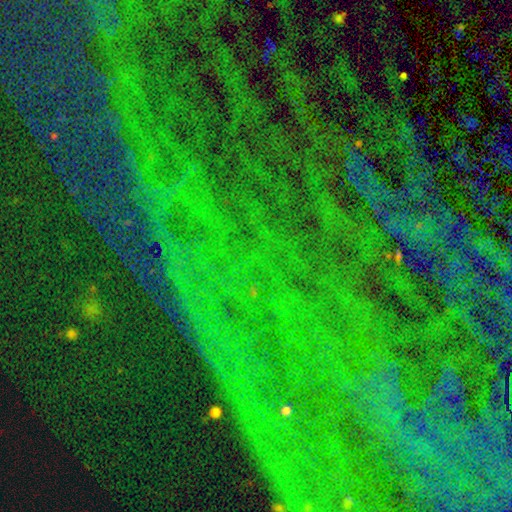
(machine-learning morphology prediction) A star or artifact, not a galaxy (85%).